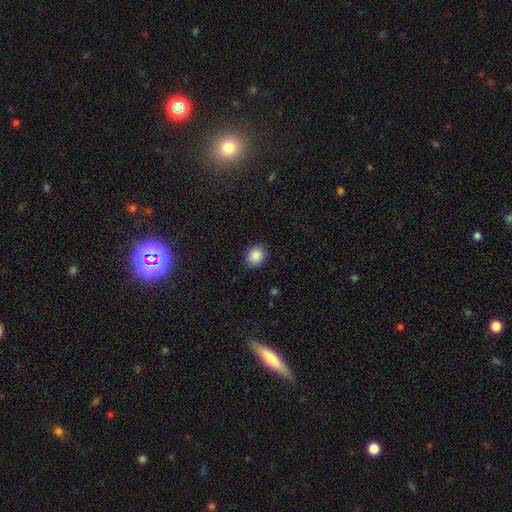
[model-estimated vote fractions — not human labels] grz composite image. It shows a smooth galaxy with no disk features (89%) that is in between round and cigar-shaped (59%). Merging: none (86%).